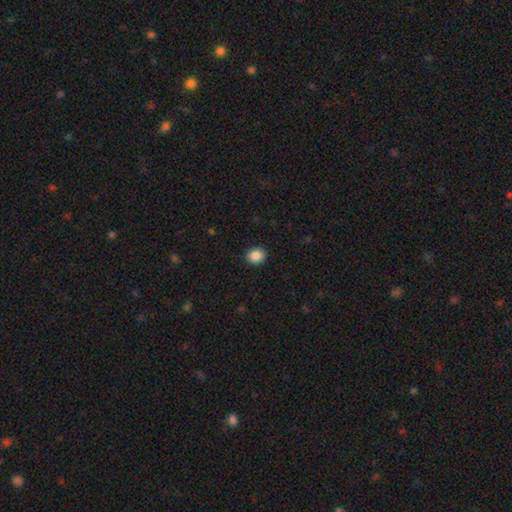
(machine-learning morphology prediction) smooth-or-featured: smooth: 88% | star or artifact: 9% | featured or disk: 3%
  how-rounded: round: 79% | in between: 20% | cigar-shaped: 1%
  merging: none: 91% | minor disturbance: 6% | major disturbance: 2% | merger: 1%